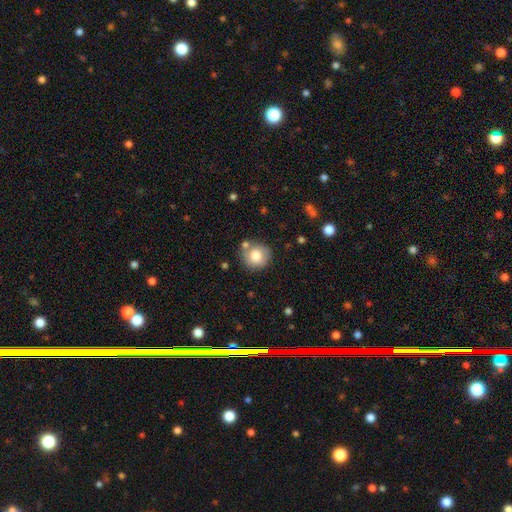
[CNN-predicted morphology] The model was most divided on "merging": none: 70%, minor disturbance: 15%, merger: 12%, major disturbance: 4%. More confident: how rounded — round (89%); smooth or featured — smooth (77%).